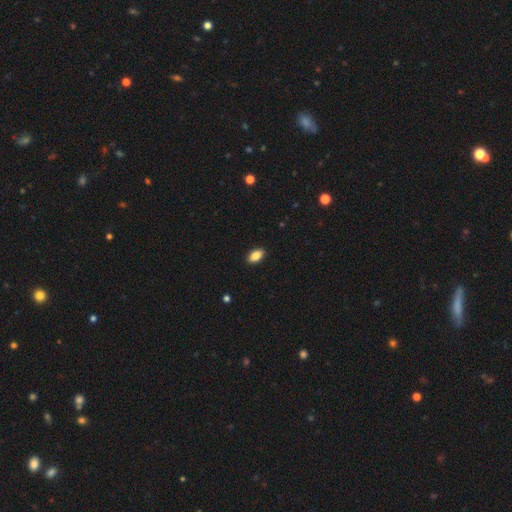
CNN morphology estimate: The model was most divided on "smooth or featured": smooth: 86%, star or artifact: 8%, featured or disk: 6%. More confident: how rounded — in between (91%); merging — none (90%).